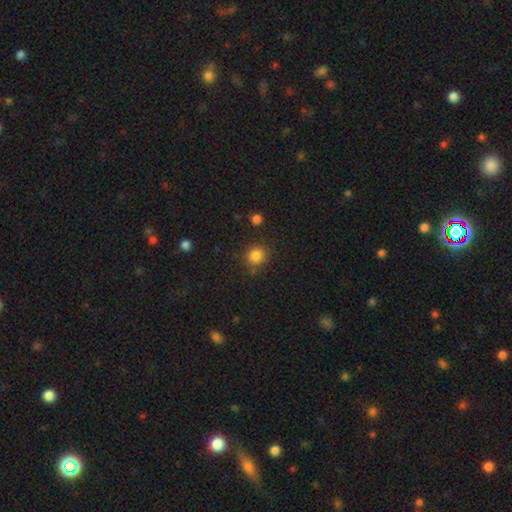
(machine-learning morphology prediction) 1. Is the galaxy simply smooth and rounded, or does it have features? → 84% smooth, 12% star or artifact, 4% featured or disk.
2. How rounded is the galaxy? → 86% round, 13% in between, 1% cigar-shaped.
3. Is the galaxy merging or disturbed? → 83% none, 10% minor disturbance, 4% merger, 3% major disturbance.